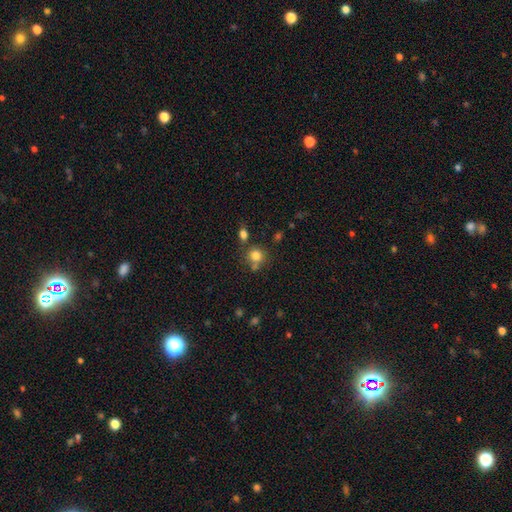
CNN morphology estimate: Smooth or featured? Predicted: smooth (p=0.80). How rounded? Predicted: round (p=0.84). Merging? Predicted: none (p=0.63).